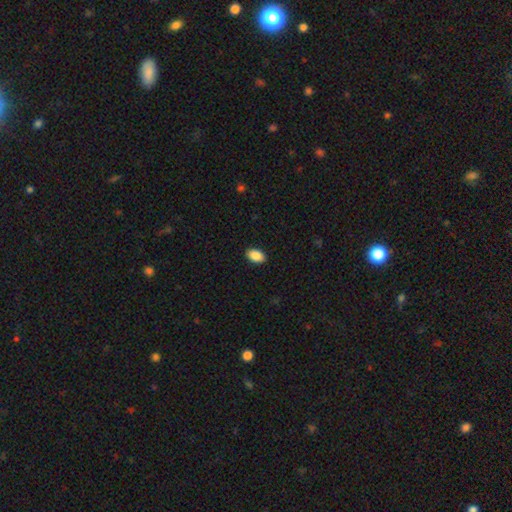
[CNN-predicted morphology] A smooth galaxy with no disk features (89%) that is in between round and cigar-shaped (91%).

Vote fractions:
- Smooth or featured? smooth: 89% / star or artifact: 7% / featured or disk: 4%
- How rounded? in between: 91% / round: 8% / cigar-shaped: 1%
- Merging? none: 90% / minor disturbance: 7% / major disturbance: 2% / merger: 1%